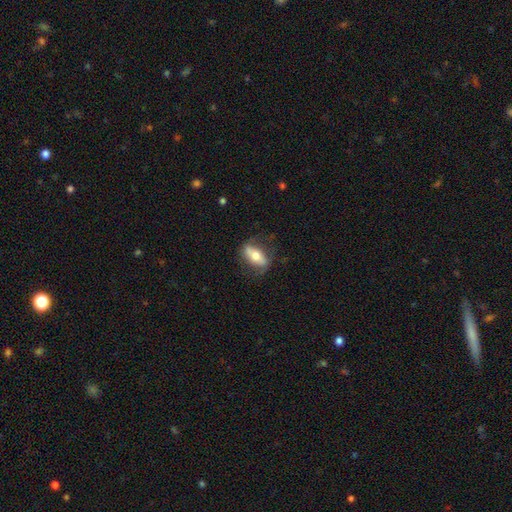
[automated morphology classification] Overall: smooth (48%; featured or disk 45%). Merging: none (71%).